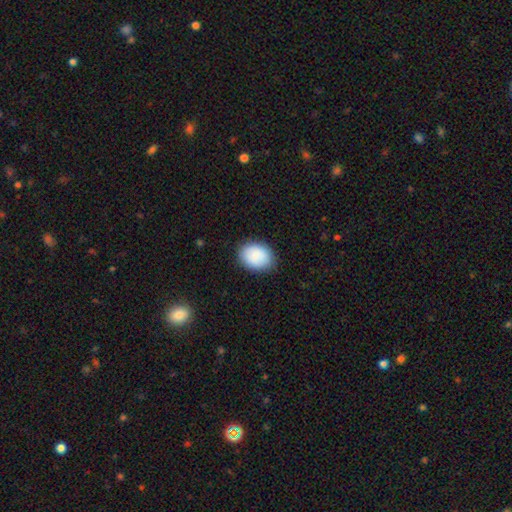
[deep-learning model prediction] Morphology: type=smooth (88%); roundness=in between (66%); merging=none (85%).